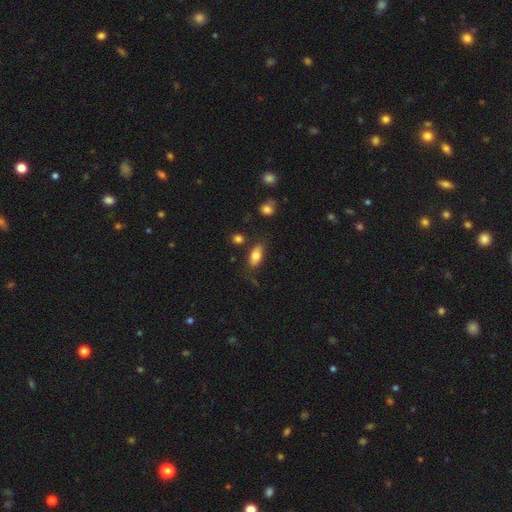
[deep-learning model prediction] A smooth galaxy with no disk features (78%) that is in between round and cigar-shaped (88%).

Vote fractions:
- Smooth or featured? smooth: 78% / featured or disk: 15% / star or artifact: 8%
- How rounded? in between: 88% / cigar-shaped: 8% / round: 4%
- Merging? none: 72% / minor disturbance: 18% / major disturbance: 5% / merger: 5%